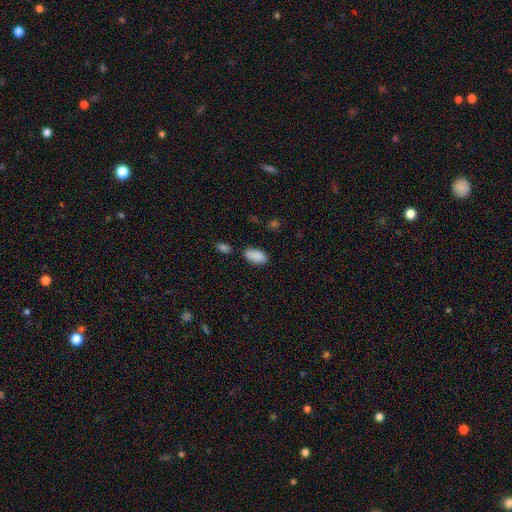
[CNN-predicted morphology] Q: Smooth or featured?
A: smooth (89%); runner-up: star or artifact (7%)
Q: How rounded?
A: in between (93%); runner-up: cigar-shaped (5%)
Q: Merging?
A: none (77%); runner-up: minor disturbance (13%)